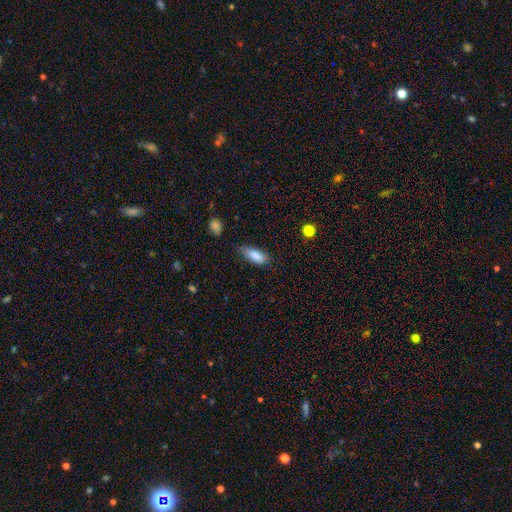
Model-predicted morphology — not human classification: Smooth or featured: smooth — 86% (star or artifact — 7%)
How rounded: in between — 80% (cigar-shaped — 18%)
Merging: none — 61% (minor disturbance — 31%)